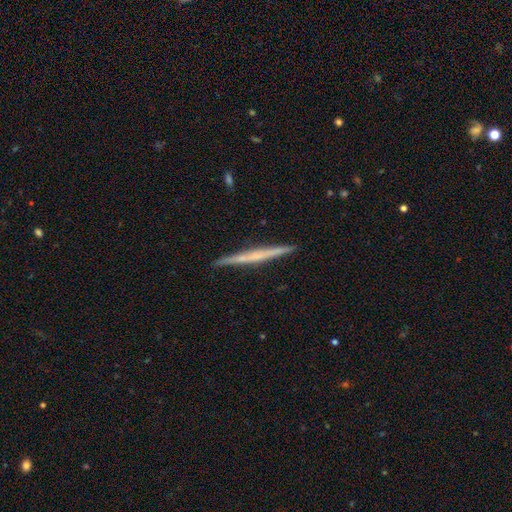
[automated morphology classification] smooth_or_featured: featured or disk (p=0.61) [alt: smooth p=0.33]
disk_edge_on: yes (p=0.98) [alt: no p=0.02]
edge_on_bulge: none (p=0.69) [alt: rounded p=0.23]
merging: none (p=0.92) [alt: minor disturbance p=0.06]